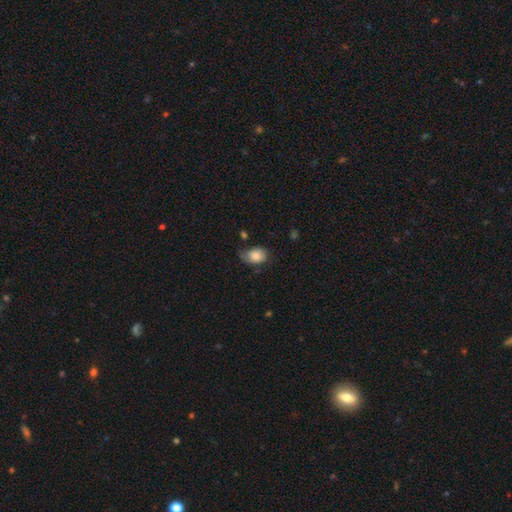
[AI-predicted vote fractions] Smooth or featured?
  - smooth: 78% *
  - featured or disk: 15%
  - star or artifact: 8%
How rounded?
  - in between: 71% *
  - round: 28%
  - cigar-shaped: 1%
Merging?
  - none: 51% *
  - minor disturbance: 34%
  - major disturbance: 12%
  - merger: 3%